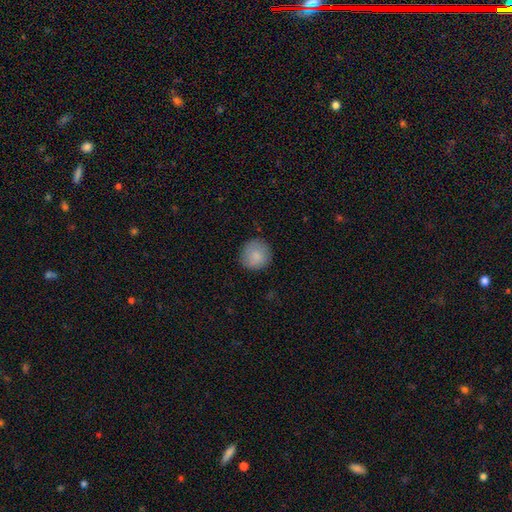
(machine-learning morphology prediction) Smooth or featured? Predicted: smooth (p=0.86). How rounded? Predicted: round (p=0.93). Merging? Predicted: none (p=0.85).